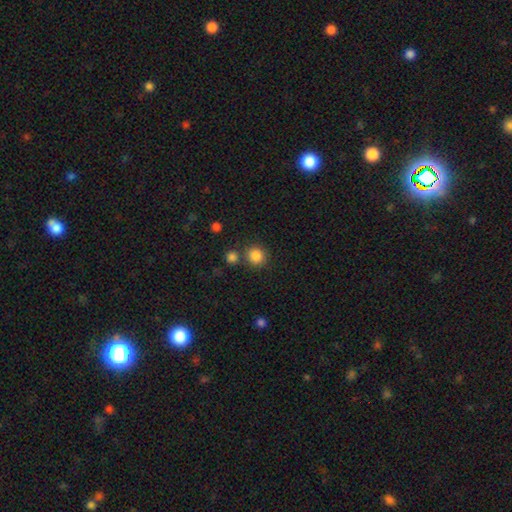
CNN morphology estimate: The model was most divided on "merging": none: 78%, merger: 12%, minor disturbance: 8%, major disturbance: 3%. More confident: how rounded — round (89%); smooth or featured — smooth (86%).